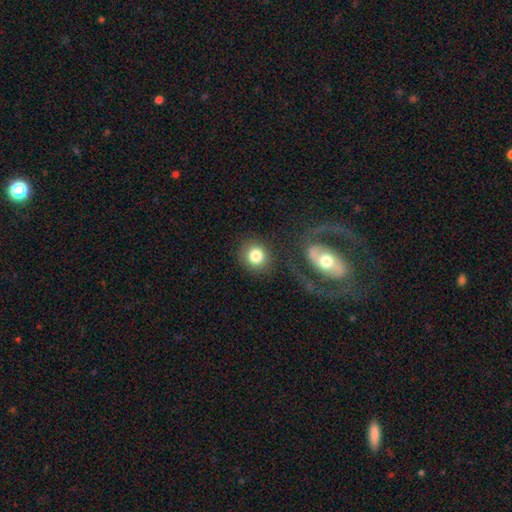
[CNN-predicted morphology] Overall: smooth (82%). How rounded: round (84%). Merging: none (79%).